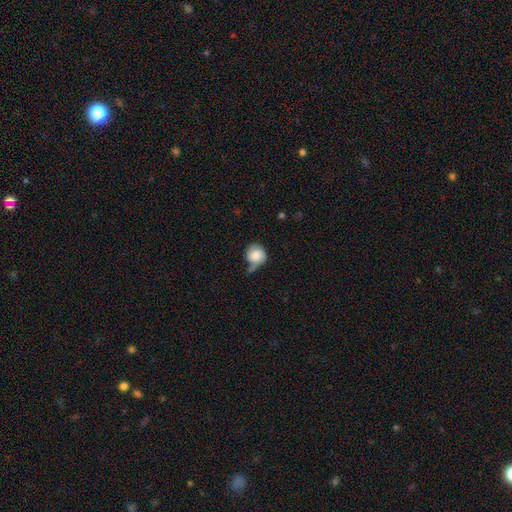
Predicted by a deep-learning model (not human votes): smooth-or-featured: smooth: 64% | featured or disk: 28% | star or artifact: 8%
  how-rounded: round: 79% | in between: 20% | cigar-shaped: 1%
  merging: minor disturbance: 34% | none: 33% | major disturbance: 25% | merger: 8%